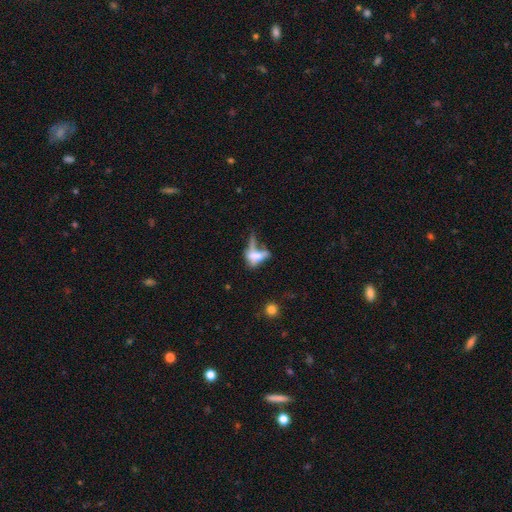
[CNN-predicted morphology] Smooth or featured? Predicted: smooth (p=0.44). Merging? Predicted: merger (p=0.32).